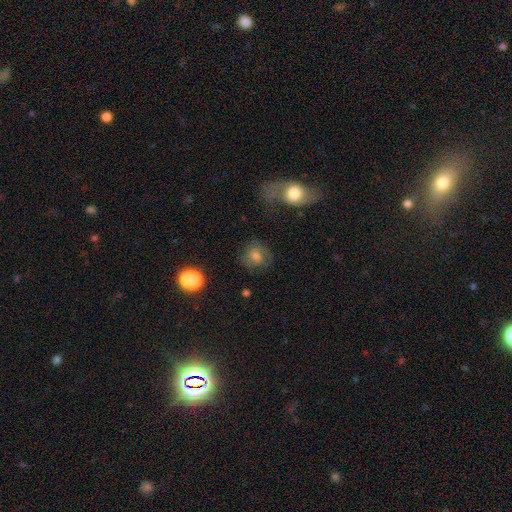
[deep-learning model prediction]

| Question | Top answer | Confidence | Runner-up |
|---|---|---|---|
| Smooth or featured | smooth | 52% | featured or disk (32%) |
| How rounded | round | 78% | in between (20%) |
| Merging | none | 70% | minor disturbance (16%) |